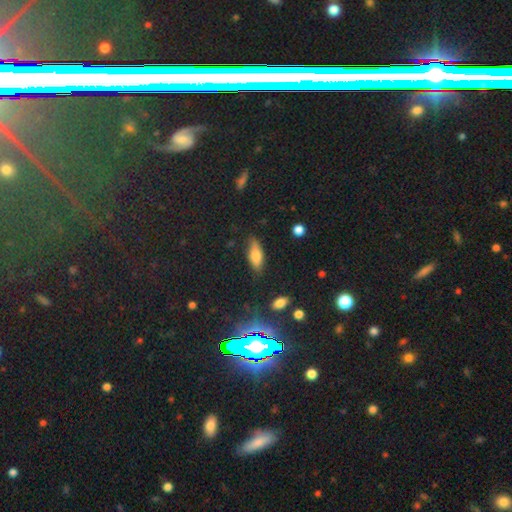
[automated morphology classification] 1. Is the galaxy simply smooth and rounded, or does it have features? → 71% smooth, 20% featured or disk, 9% star or artifact.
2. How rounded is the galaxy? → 71% in between, 25% cigar-shaped, 3% round.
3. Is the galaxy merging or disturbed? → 74% none, 19% minor disturbance, 5% major disturbance, 2% merger.